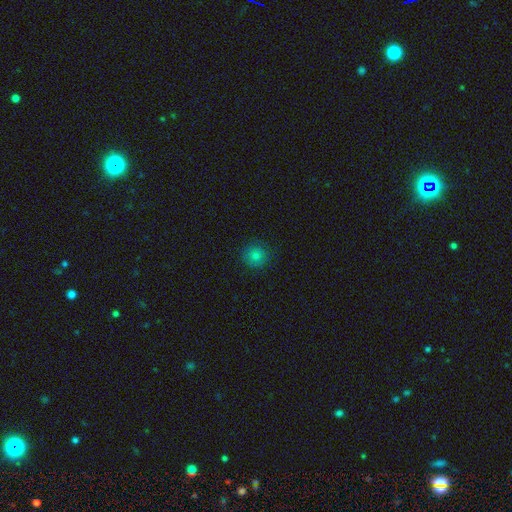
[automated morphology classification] Smooth or featured? Predicted: smooth (p=0.78). How rounded? Predicted: round (p=0.94). Merging? Predicted: none (p=0.87).